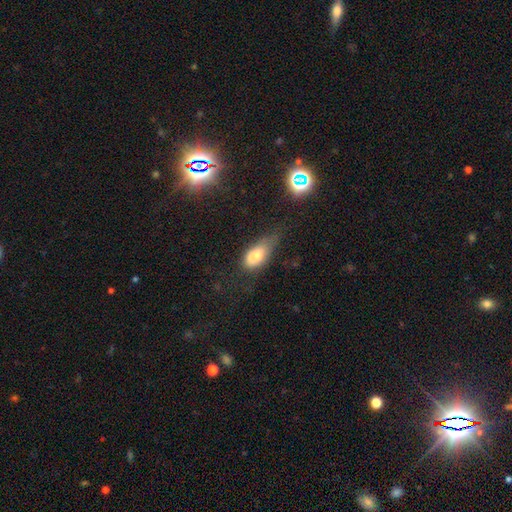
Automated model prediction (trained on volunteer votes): The model was most divided on "merging": minor disturbance: 35%, none: 32%, major disturbance: 25%, merger: 8%. More confident: how rounded — in between (84%); smooth or featured — smooth (72%).